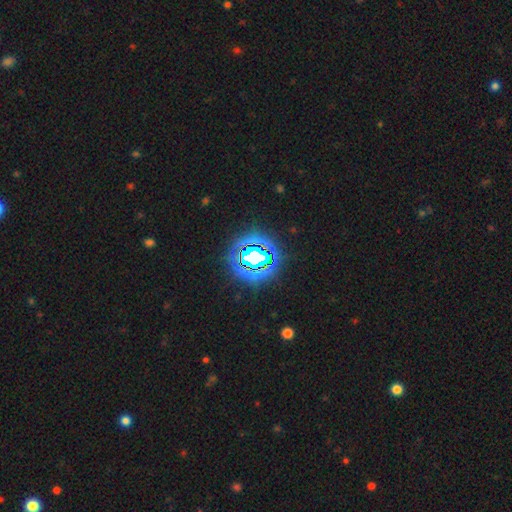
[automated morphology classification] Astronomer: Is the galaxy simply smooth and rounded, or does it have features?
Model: star or artifact — 70%.